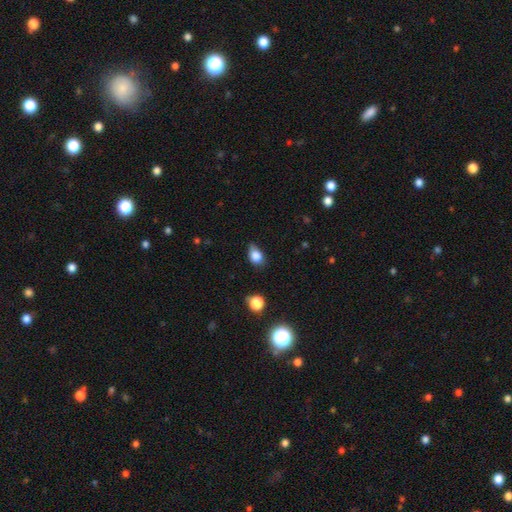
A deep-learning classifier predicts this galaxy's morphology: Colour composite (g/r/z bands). It shows a smooth galaxy with no disk features (82%) that is in between round and cigar-shaped (68%). Merging: none (48%).